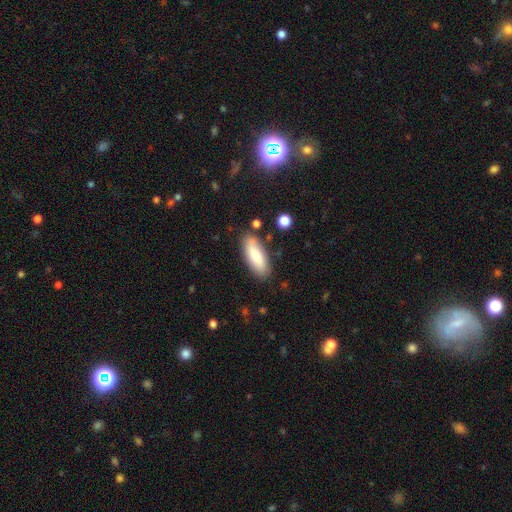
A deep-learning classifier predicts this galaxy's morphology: This is likely a smooth galaxy (77%). How rounded: likely in between (74%). Merging: clearly none (81%).